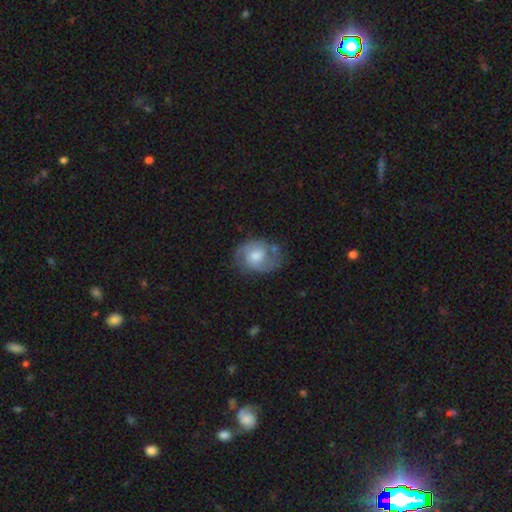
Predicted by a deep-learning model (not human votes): Morphology: type=featured or disk (69%); edge-on=no (97%); bar=no (61%); spiral arms=yes (90%); winding=medium (49%); arm count=2 (83%); bulge=moderate (58%); merging=none (66%).